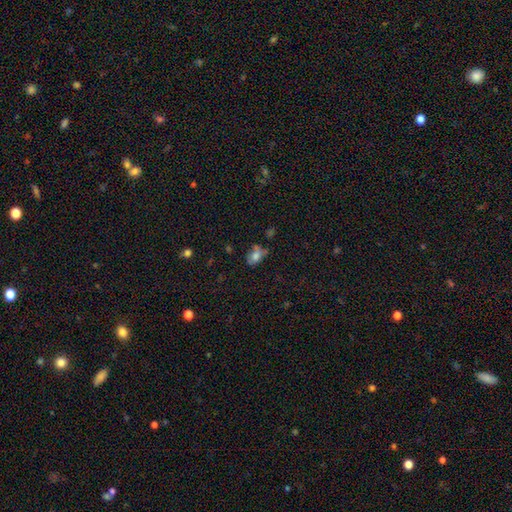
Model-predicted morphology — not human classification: type=smooth (70%); roundness=in between (79%); merging=none (43%).